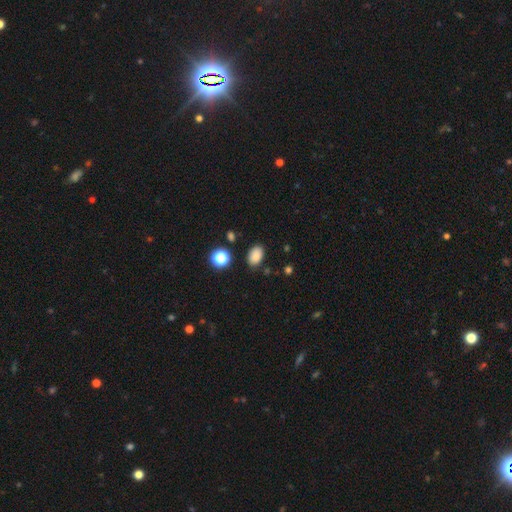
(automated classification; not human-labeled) Overall: smooth (85%). How rounded: in between (83%). Merging: none (83%).